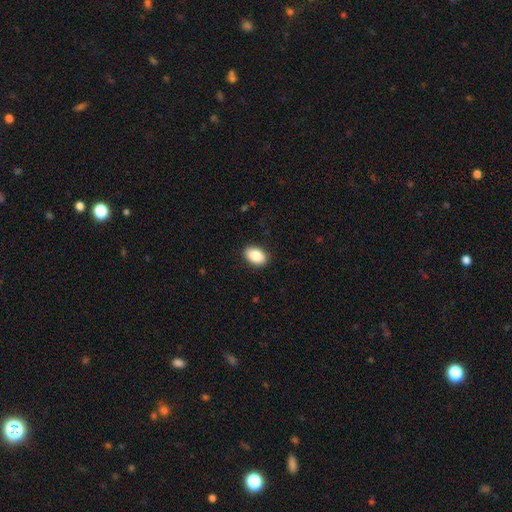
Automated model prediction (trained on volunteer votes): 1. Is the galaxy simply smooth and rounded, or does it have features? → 88% smooth, 7% star or artifact, 5% featured or disk.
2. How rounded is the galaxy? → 89% in between, 10% round, 1% cigar-shaped.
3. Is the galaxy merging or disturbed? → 89% none, 8% minor disturbance, 2% major disturbance, 1% merger.